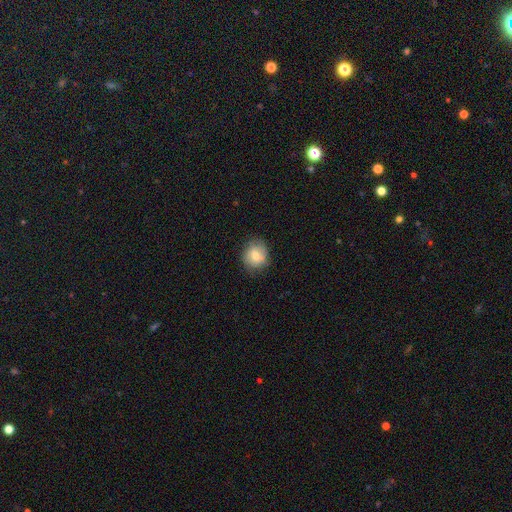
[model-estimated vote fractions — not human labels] Smooth or featured? Predicted: smooth (p=0.75). How rounded? Predicted: round (p=0.74). Merging? Predicted: none (p=0.76).